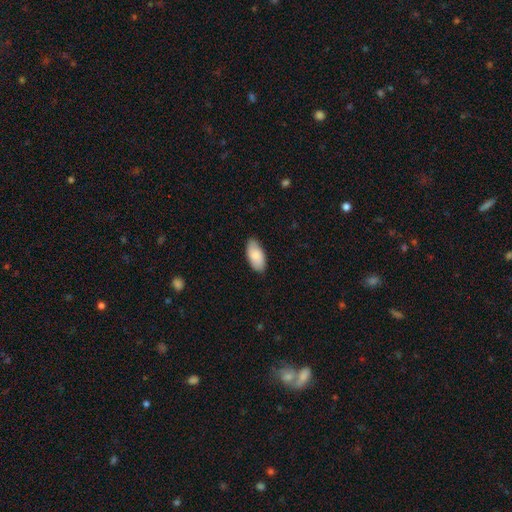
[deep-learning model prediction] The model was most divided on "merging": none: 84%, minor disturbance: 13%, major disturbance: 2%, merger: 1%. More confident: how rounded — in between (93%); smooth or featured — smooth (84%).